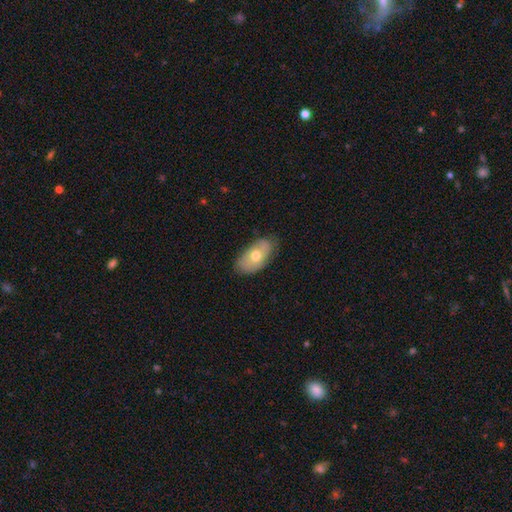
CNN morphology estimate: Smooth or featured?
  - smooth: 63% *
  - featured or disk: 30%
  - star or artifact: 6%
How rounded?
  - in between: 92% *
  - round: 5%
  - cigar-shaped: 2%
Merging?
  - none: 73% *
  - minor disturbance: 22%
  - major disturbance: 4%
  - merger: 1%